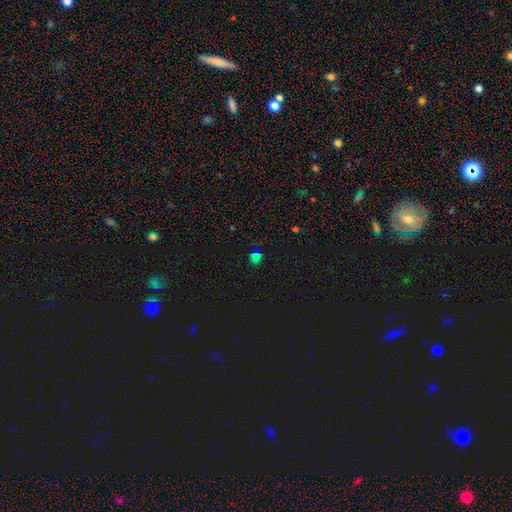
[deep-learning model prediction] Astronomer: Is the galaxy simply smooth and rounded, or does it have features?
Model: smooth — 61%.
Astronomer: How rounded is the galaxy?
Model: round — 70%.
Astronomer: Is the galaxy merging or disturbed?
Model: none — 79%.